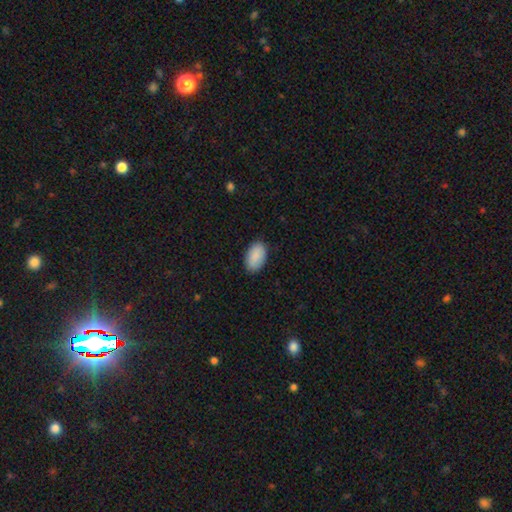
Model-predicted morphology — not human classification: Smooth or featured? smooth (90%)
How rounded? in between (94%)
Merging? none (87%)